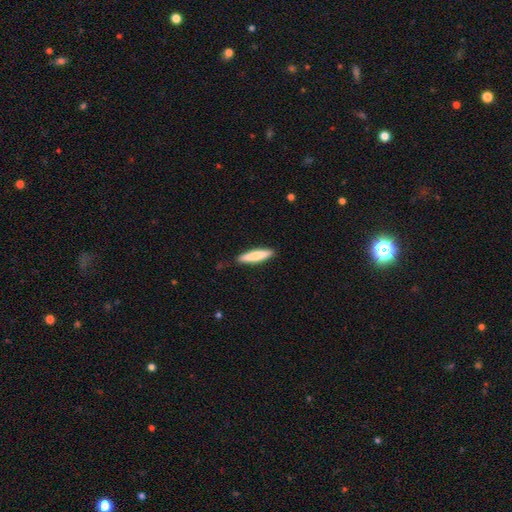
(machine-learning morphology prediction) Smooth or featured: smooth — 79% (featured or disk — 16%)
How rounded: cigar-shaped — 86% (in between — 13%)
Merging: none — 88% (minor disturbance — 9%)